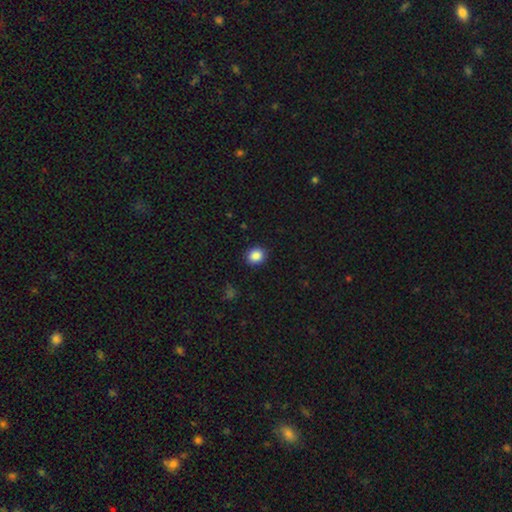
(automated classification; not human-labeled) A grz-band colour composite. It shows a smooth galaxy with no disk features (87%) that is round (74%). Merging: none (90%).